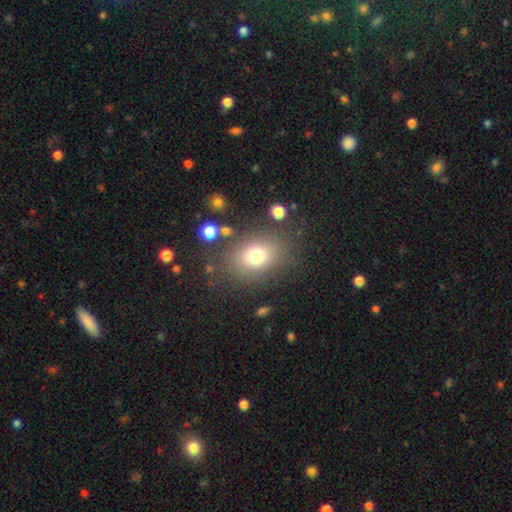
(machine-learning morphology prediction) Smooth or featured? Predicted: smooth (p=0.74). How rounded? Predicted: in between (p=0.61). Merging? Predicted: none (p=0.77).